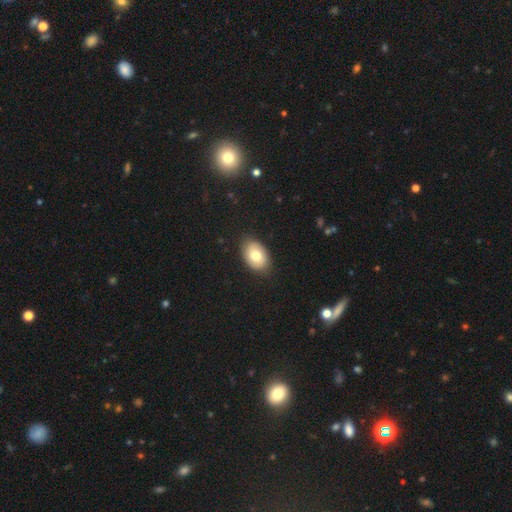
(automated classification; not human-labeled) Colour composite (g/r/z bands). It shows a smooth galaxy with no disk features (76%) that is in between round and cigar-shaped (85%). Merging: none (85%).